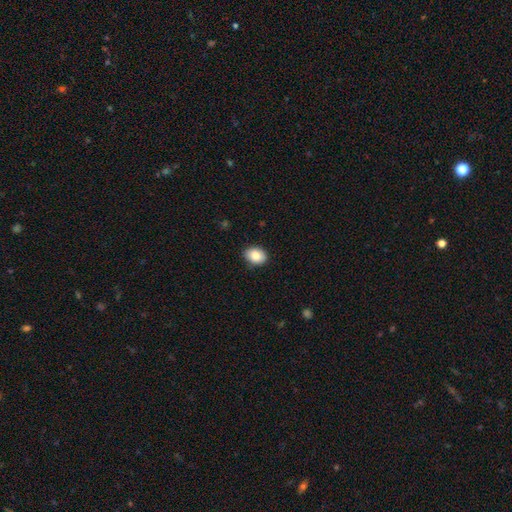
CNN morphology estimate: A smooth galaxy with no disk features (85%) that is in between round and cigar-shaped (74%). Merging: none (87%).